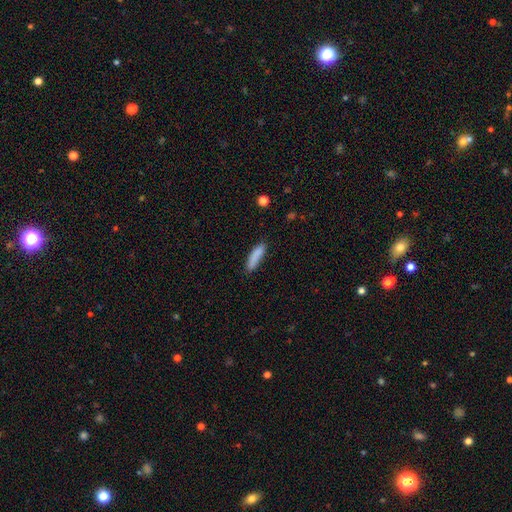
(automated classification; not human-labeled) This is clearly a smooth galaxy (86%). How rounded: likely cigar-shaped (68%). Merging: likely none (77%).